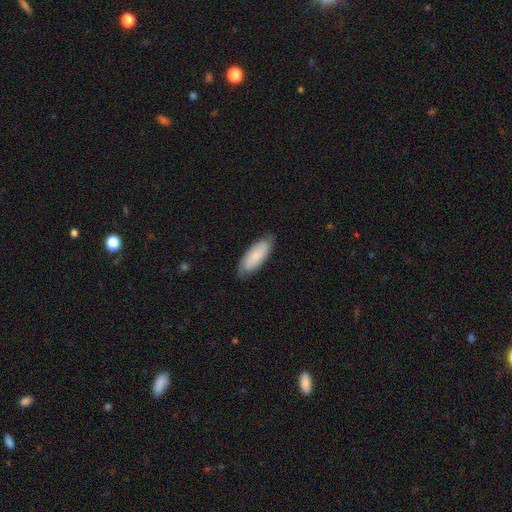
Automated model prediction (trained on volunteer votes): Overall: smooth (73%). How rounded: in between (73%). Merging: none (81%).